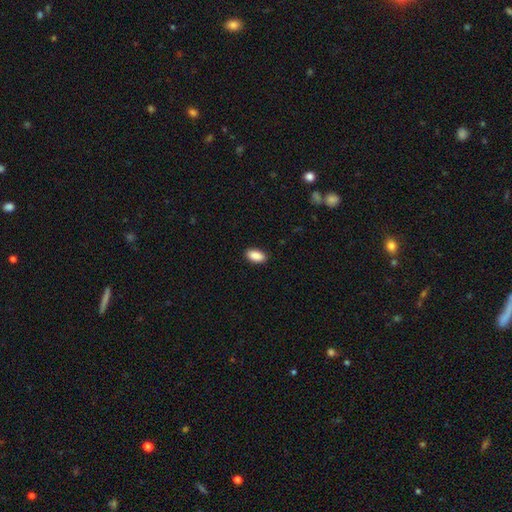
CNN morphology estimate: Smooth or featured?
  - smooth: 90% *
  - star or artifact: 7%
  - featured or disk: 3%
How rounded?
  - in between: 93% *
  - cigar-shaped: 4%
  - round: 3%
Merging?
  - none: 90% *
  - minor disturbance: 8%
  - major disturbance: 2%
  - merger: 1%